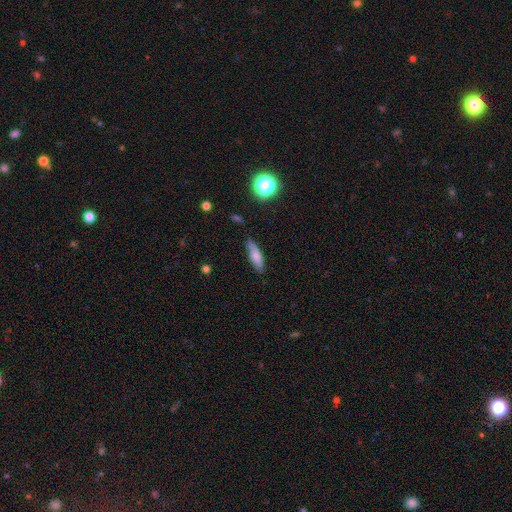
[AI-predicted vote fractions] A smooth galaxy with no disk features (73%) that is cigar-shaped (56%).

Vote fractions:
- Smooth or featured? smooth: 73% / featured or disk: 19% / star or artifact: 8%
- How rounded? cigar-shaped: 56% / in between: 42% / round: 3%
- Merging? none: 79% / minor disturbance: 16% / major disturbance: 3% / merger: 2%